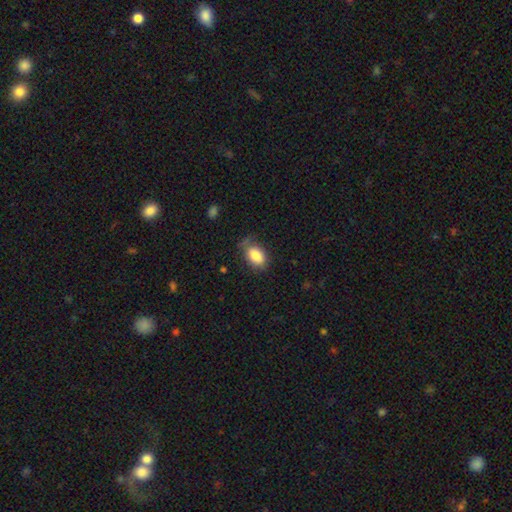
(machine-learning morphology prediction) Smooth or featured: smooth — 84% (featured or disk — 8%)
How rounded: in between — 88% (round — 10%)
Merging: none — 64% (minor disturbance — 26%)